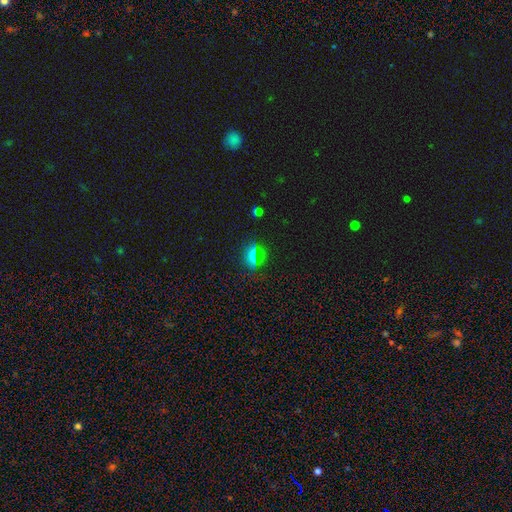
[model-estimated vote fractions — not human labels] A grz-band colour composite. It shows a smooth galaxy with no disk features (59%) that is round (60%). Merging: none (86%).